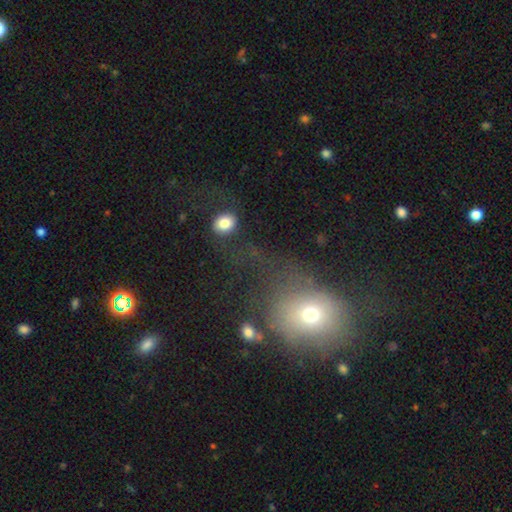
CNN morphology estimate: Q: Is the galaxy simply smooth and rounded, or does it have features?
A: smooth — 52%.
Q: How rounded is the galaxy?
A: round — 68%.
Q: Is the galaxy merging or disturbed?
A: major disturbance — 41%.